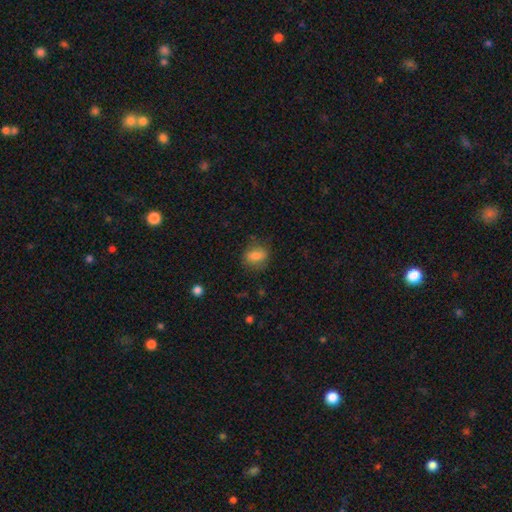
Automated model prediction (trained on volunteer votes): This appears to be a smooth galaxy with no disk features (79%) that is in between round and cigar-shaped (65%). Merging: none (72%).